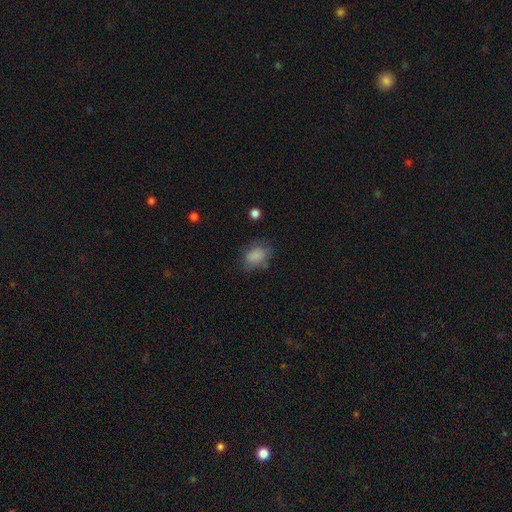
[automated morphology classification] A smooth galaxy with no disk features (82%) that is in between round and cigar-shaped (78%).

Vote fractions:
- Smooth or featured? smooth: 82% / star or artifact: 10% / featured or disk: 8%
- How rounded? in between: 78% / round: 21% / cigar-shaped: 1%
- Merging? none: 61% / minor disturbance: 25% / major disturbance: 10% / merger: 3%